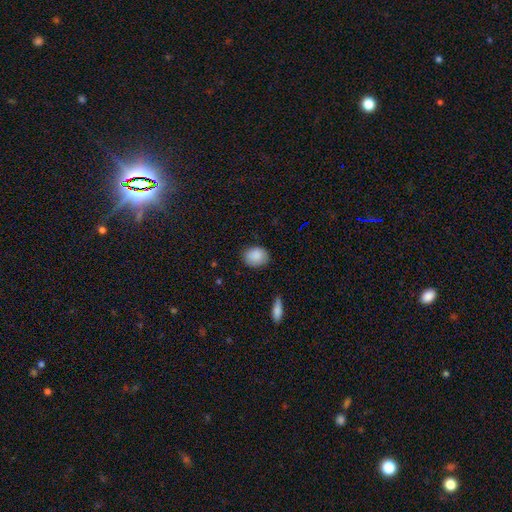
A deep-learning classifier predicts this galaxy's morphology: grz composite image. It shows a smooth galaxy with no disk features (88%) that is in between round and cigar-shaped (53%). Merging: none (80%).